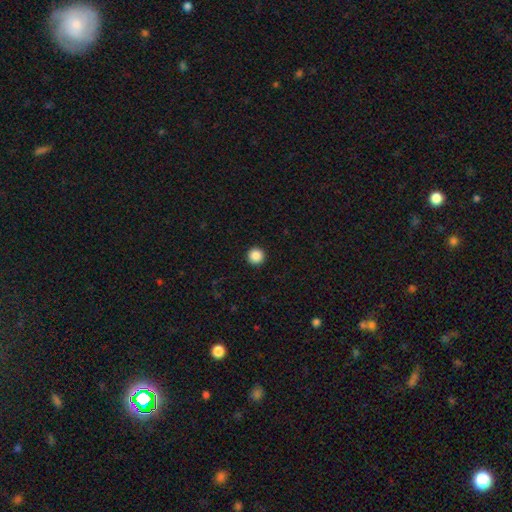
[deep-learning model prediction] Smooth or featured: smooth — 88% (star or artifact — 10%)
How rounded: round — 97% (in between — 2%)
Merging: none — 94% (minor disturbance — 4%)